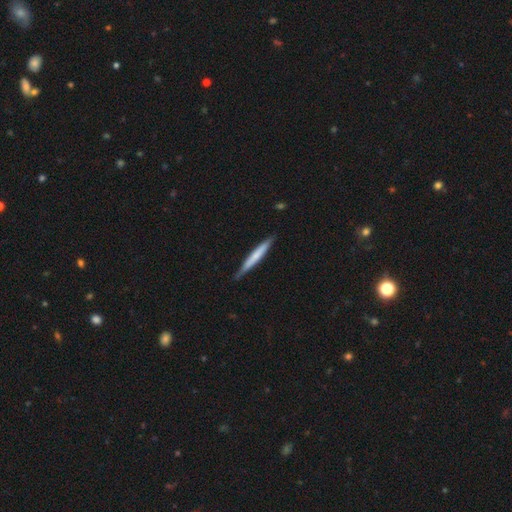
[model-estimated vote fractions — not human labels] smooth 58%, featured or disk 37%, star or artifact 5%. Down the decision tree: how rounded — cigar-shaped (96%); merging — none (85%).